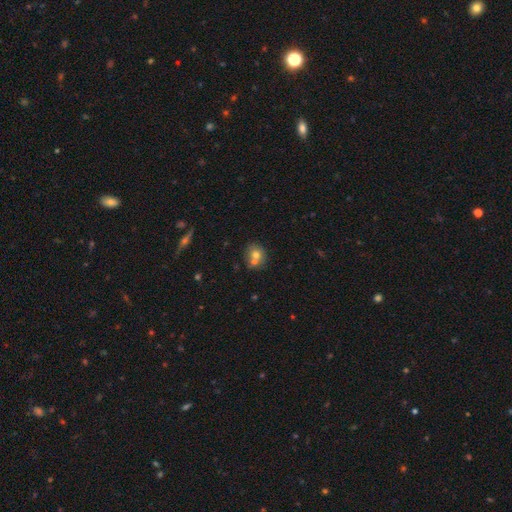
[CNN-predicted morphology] Smooth or featured? smooth (69%)
How rounded? round (73%)
Merging? none (44%)